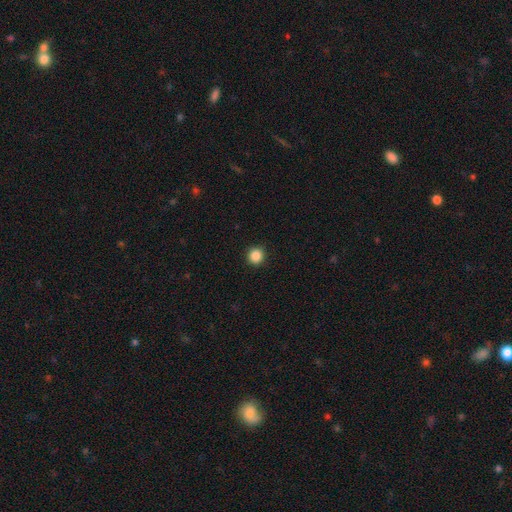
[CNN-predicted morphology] type=smooth (87%); roundness=round (94%); merging=none (92%).